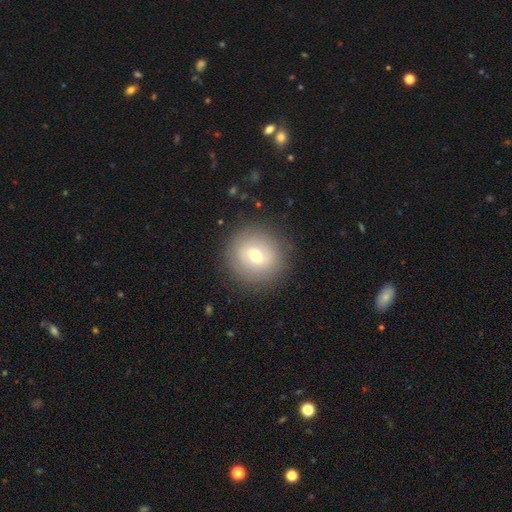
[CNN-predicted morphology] smooth 59%, featured or disk 31%, star or artifact 10%. Down the decision tree: how rounded — round (91%); merging — none (87%).